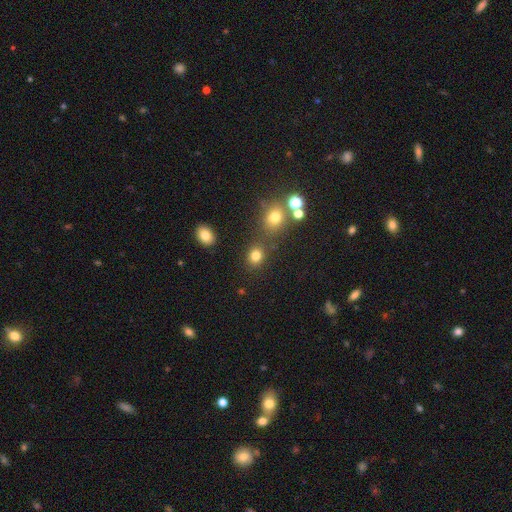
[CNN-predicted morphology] smooth_or_featured: smooth (p=0.78) [alt: star or artifact p=0.16]
how_rounded: round (p=0.71) [alt: in between p=0.28]
merging: none (p=0.76) [alt: merger p=0.11]